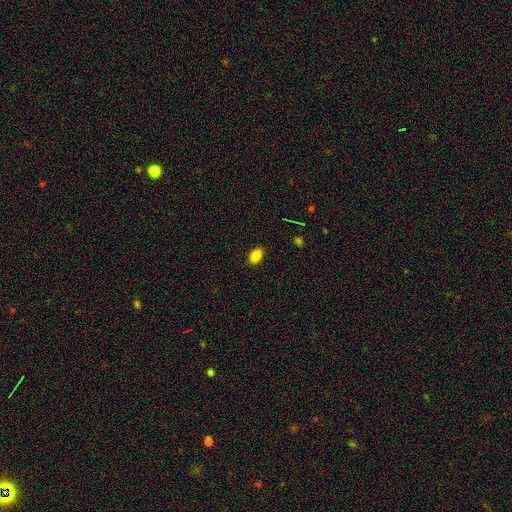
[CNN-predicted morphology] smooth 84%, star or artifact 10%, featured or disk 6%. Down the decision tree: how rounded — in between (87%); merging — none (88%).